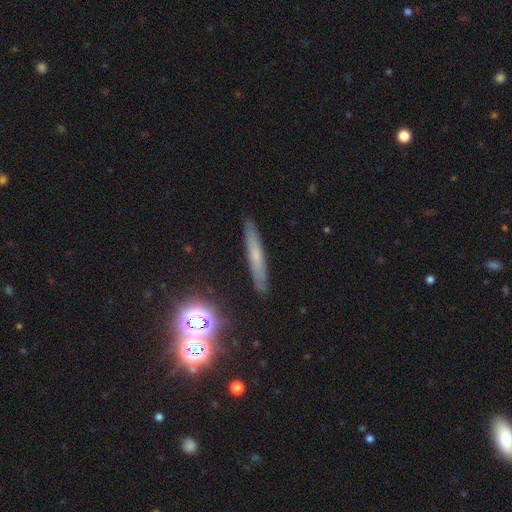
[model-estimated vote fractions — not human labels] Morphology: type=smooth (48%); merging=none (88%).